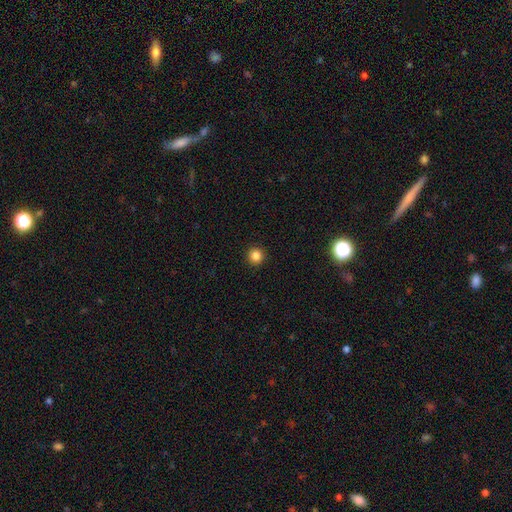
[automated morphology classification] smooth-or-featured: smooth: 84% | star or artifact: 12% | featured or disk: 4%
  how-rounded: round: 95% | in between: 4% | cigar-shaped: 1%
  merging: none: 93% | minor disturbance: 4% | major disturbance: 2% | merger: 1%